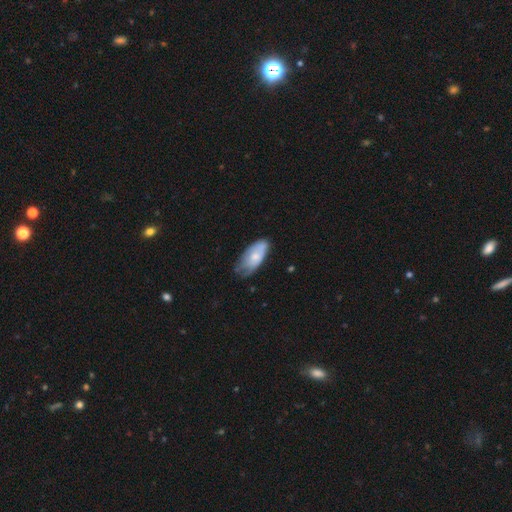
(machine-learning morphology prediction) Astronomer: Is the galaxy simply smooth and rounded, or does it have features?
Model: smooth — 63%.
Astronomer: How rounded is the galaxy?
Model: in between — 89%.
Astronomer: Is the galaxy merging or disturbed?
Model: none — 48% (runner-up: minor disturbance, 39%).